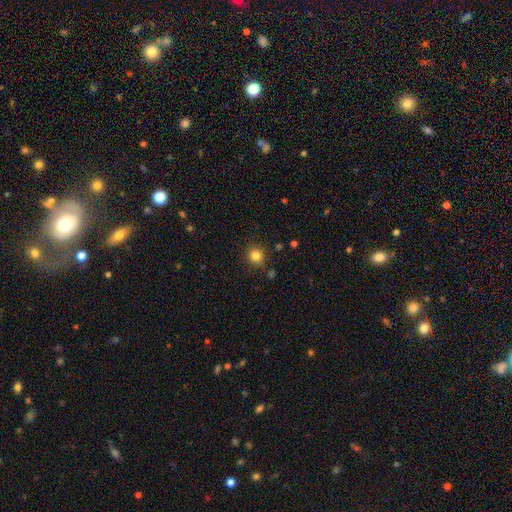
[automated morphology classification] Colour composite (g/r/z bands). It shows a smooth galaxy with no disk features (82%) that is round (92%). Merging: none (89%).